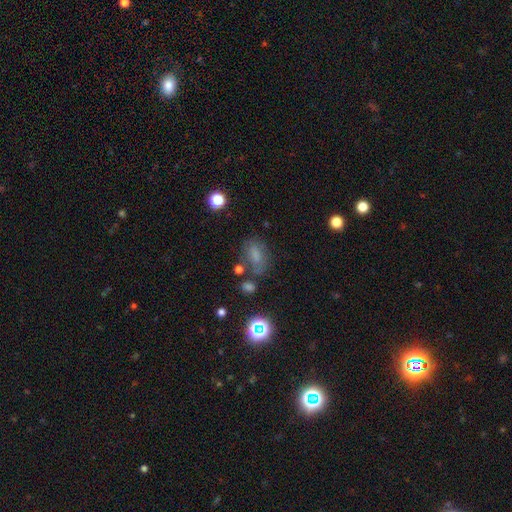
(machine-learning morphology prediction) Smooth or featured: smooth — 63% (star or artifact — 19%)
How rounded: in between — 82% (round — 14%)
Merging: none — 59% (minor disturbance — 21%)